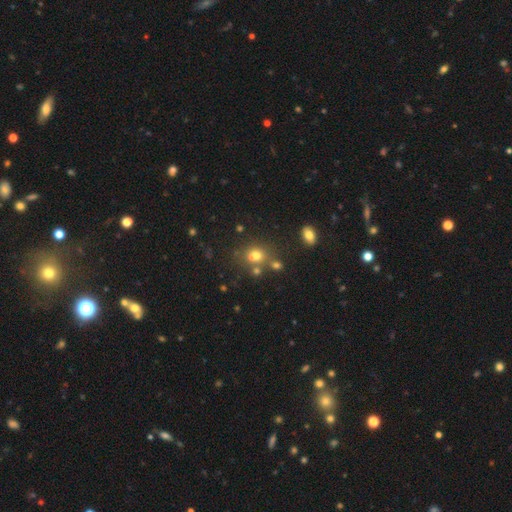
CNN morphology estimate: This appears to be a smooth galaxy with no disk features (67%) that is round (68%). Merging: none (55%).